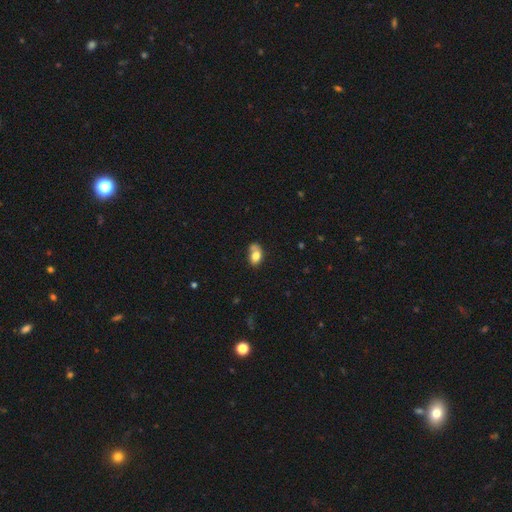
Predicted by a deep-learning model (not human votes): Smooth or featured: smooth — 75% (featured or disk — 16%)
How rounded: in between — 83% (round — 16%)
Merging: none — 41% (minor disturbance — 26%)